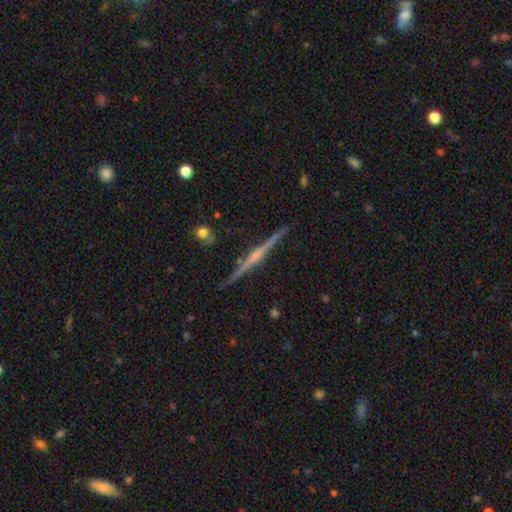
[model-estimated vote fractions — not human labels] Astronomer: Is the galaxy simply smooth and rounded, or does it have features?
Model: featured or disk — 84%.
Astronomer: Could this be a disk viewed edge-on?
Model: yes — 99%.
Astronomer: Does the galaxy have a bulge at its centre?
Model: rounded — 68%.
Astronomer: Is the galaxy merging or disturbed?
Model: none — 91%.